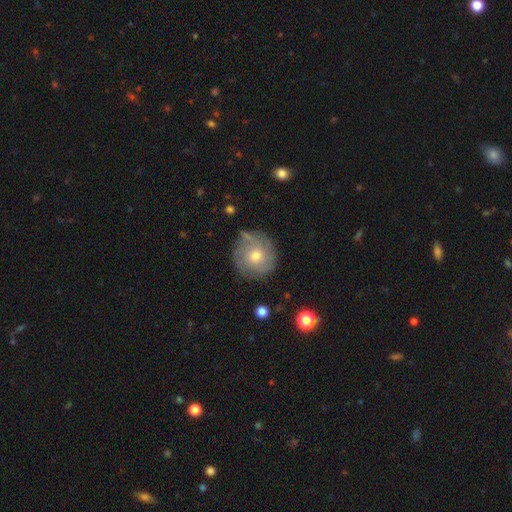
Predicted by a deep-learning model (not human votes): Q: Smooth or featured?
A: featured or disk (47%); runner-up: smooth (43%)
Q: Merging?
A: none (76%); runner-up: minor disturbance (17%)